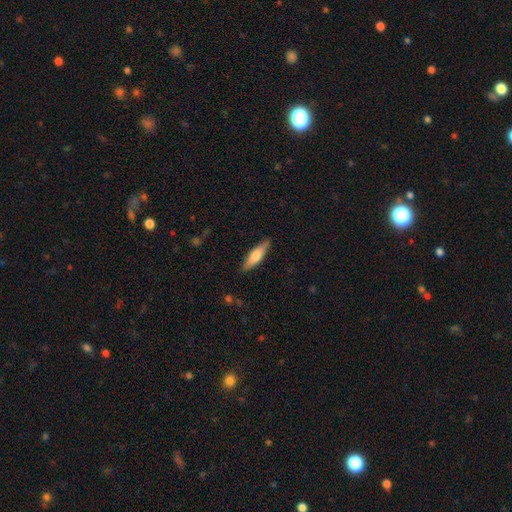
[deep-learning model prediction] smooth_or_featured: smooth (p=0.59) [alt: featured or disk p=0.35]
how_rounded: cigar-shaped (p=0.67) [alt: in between p=0.31]
merging: none (p=0.87) [alt: minor disturbance p=0.10]